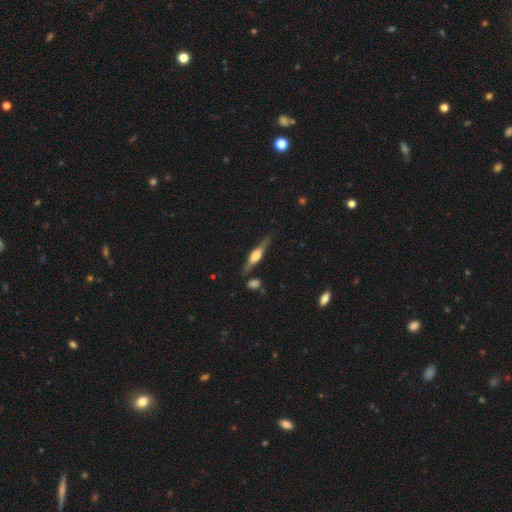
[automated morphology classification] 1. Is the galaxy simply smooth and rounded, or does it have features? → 74% featured or disk, 20% smooth, 6% star or artifact.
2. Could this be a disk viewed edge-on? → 97% yes, 3% no.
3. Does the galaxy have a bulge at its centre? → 82% rounded, 15% boxy, 3% none.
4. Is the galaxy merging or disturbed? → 81% none, 11% minor disturbance, 4% merger, 3% major disturbance.